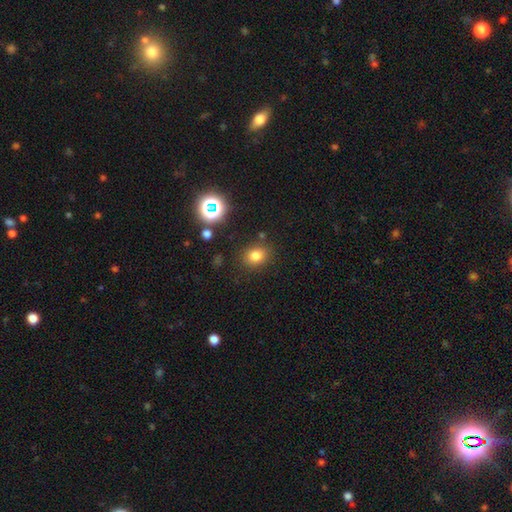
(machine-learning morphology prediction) Smooth or featured? Predicted: smooth (p=0.77). How rounded? Predicted: round (p=0.59). Merging? Predicted: none (p=0.83).